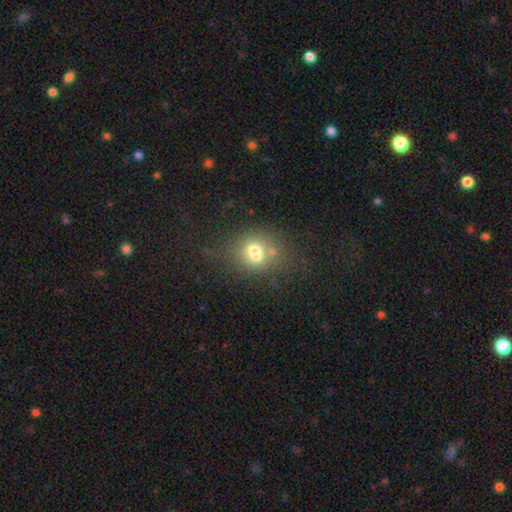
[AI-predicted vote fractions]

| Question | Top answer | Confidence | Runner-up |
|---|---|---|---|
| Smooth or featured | smooth | 62% | featured or disk (21%) |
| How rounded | round | 66% | in between (33%) |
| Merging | none | 46% | merger (33%) |